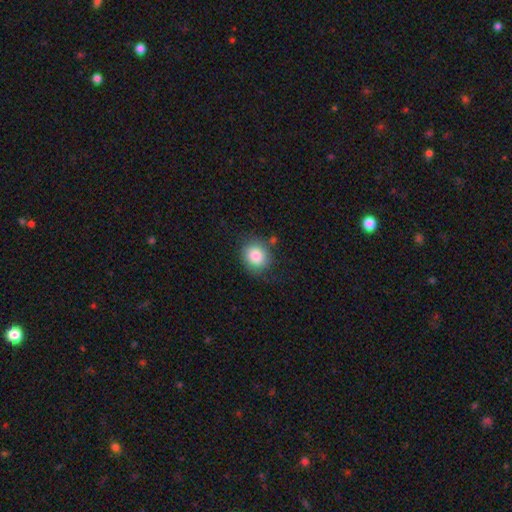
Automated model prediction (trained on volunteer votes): Q: Smooth or featured?
A: smooth (83%); runner-up: featured or disk (9%)
Q: How rounded?
A: round (70%); runner-up: in between (29%)
Q: Merging?
A: none (73%); runner-up: minor disturbance (18%)